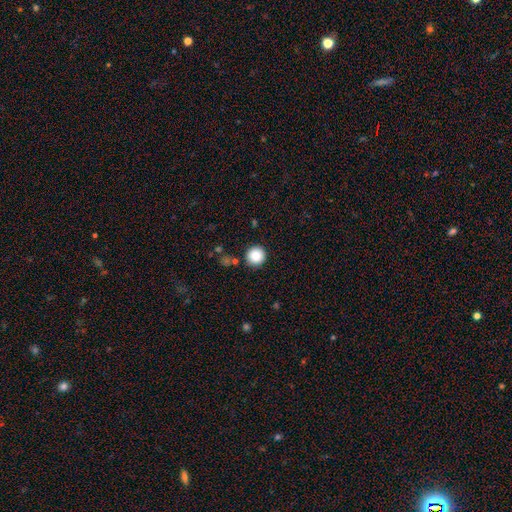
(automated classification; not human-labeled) A smooth galaxy with no disk features (87%) that is round (96%). Merging: none (90%).